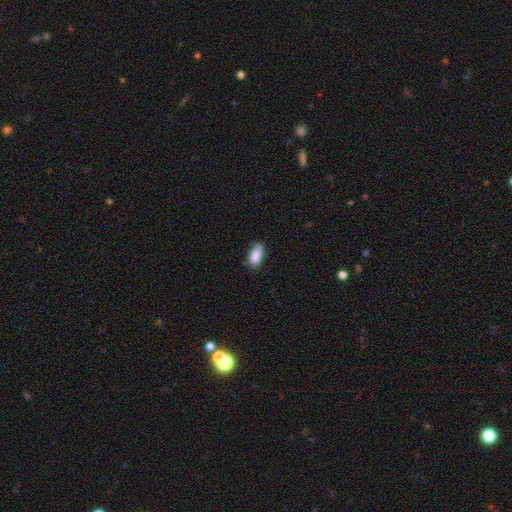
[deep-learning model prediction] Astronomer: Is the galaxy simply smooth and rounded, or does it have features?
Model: smooth — 89%.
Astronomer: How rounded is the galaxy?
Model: in between — 87%.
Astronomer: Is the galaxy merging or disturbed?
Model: none — 83%.